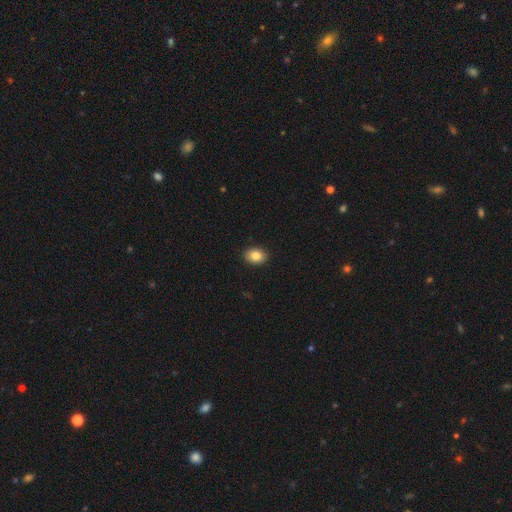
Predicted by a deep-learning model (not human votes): A smooth galaxy with no disk features (85%) that is in between round and cigar-shaped (65%).

Vote fractions:
- Smooth or featured? smooth: 85% / star or artifact: 9% / featured or disk: 6%
- How rounded? in between: 65% / round: 35% / cigar-shaped: 1%
- Merging? none: 91% / minor disturbance: 7% / major disturbance: 2% / merger: 1%